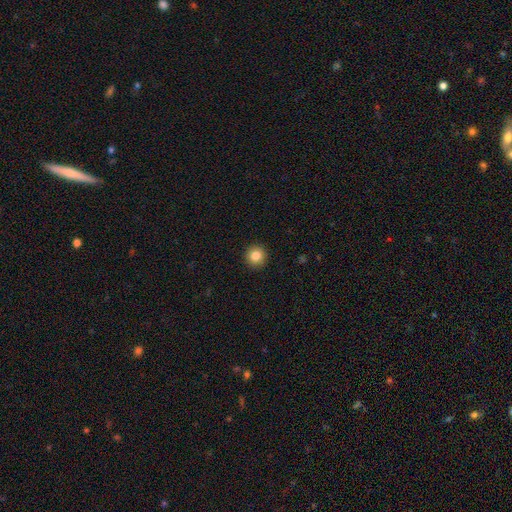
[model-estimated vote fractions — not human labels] Smooth or featured? smooth (83%)
How rounded? round (95%)
Merging? none (93%)